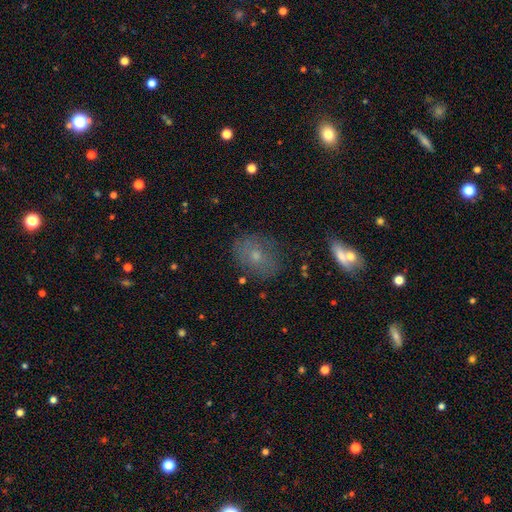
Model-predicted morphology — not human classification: Smooth or featured: smooth — 54% (featured or disk — 32%)
How rounded: in between — 57% (round — 41%)
Merging: none — 74% (minor disturbance — 17%)